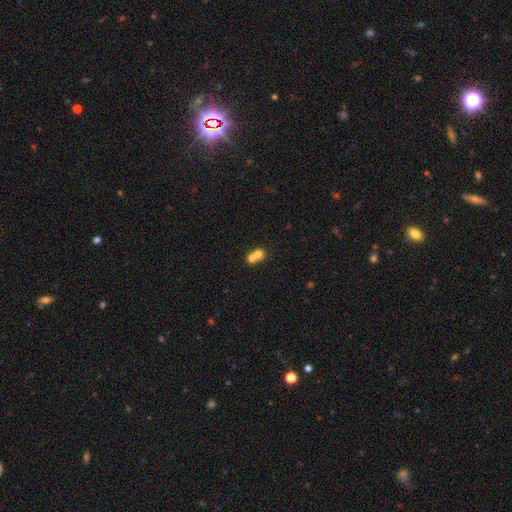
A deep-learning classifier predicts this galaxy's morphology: The model was most divided on "merging": merger: 70%, none: 23%, minor disturbance: 4%, major disturbance: 2%. More confident: how rounded — round (73%); smooth or featured — smooth (72%).